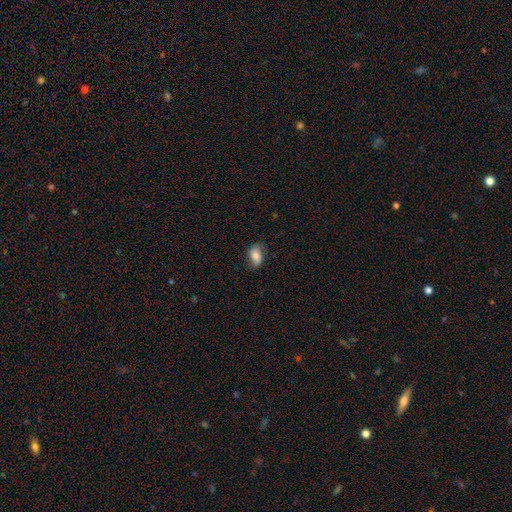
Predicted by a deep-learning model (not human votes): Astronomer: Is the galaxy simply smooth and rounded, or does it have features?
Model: smooth — 71%.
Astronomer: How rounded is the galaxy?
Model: in between — 88%.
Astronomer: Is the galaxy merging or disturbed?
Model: none — 71%.